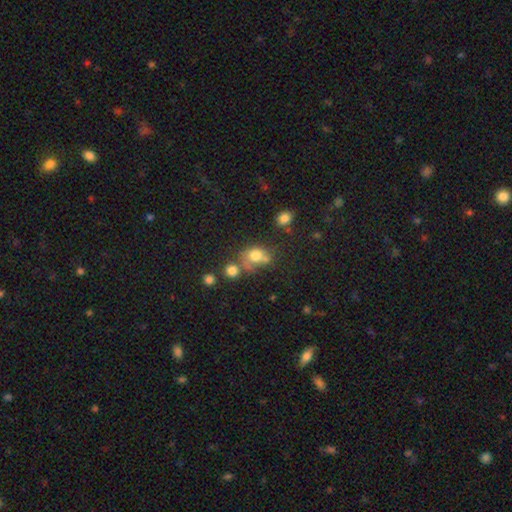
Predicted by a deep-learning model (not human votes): Morphology: type=smooth (70%); roundness=round (53%); merging=none (36%).